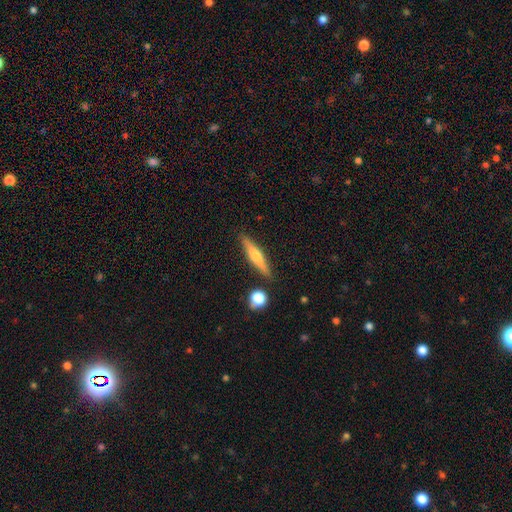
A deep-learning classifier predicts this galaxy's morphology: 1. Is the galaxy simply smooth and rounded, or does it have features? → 54% featured or disk, 39% smooth, 7% star or artifact.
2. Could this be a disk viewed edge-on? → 96% yes, 4% no.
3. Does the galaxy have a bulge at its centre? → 83% rounded, 10% none, 7% boxy.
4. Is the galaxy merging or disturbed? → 87% none, 8% minor disturbance, 3% merger, 2% major disturbance.